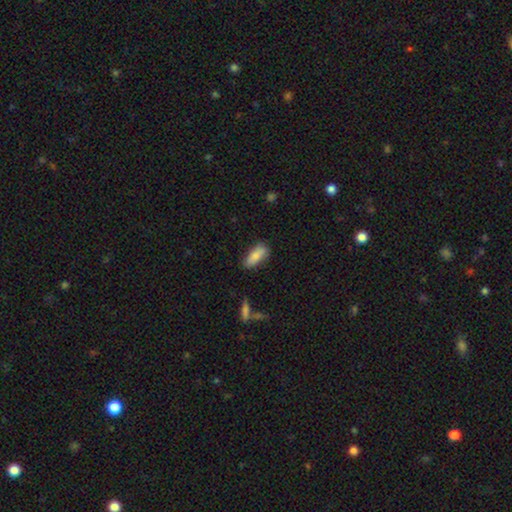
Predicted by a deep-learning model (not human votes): This is clearly a smooth galaxy (82%). How rounded: likely in between (77%). Merging: likely none (76%).